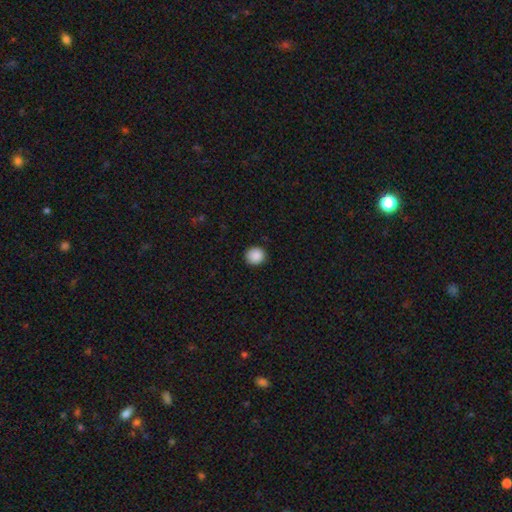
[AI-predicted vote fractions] A smooth galaxy with no disk features (89%) that is round (90%). Merging: none (91%).